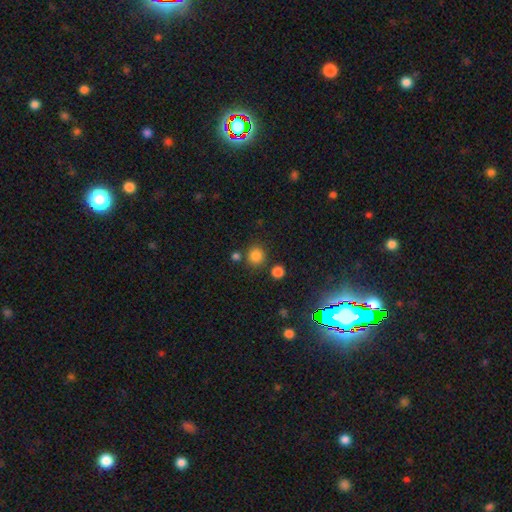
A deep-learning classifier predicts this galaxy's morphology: smooth 83%, star or artifact 13%, featured or disk 4%. Down the decision tree: how rounded — round (90%); merging — none (80%).